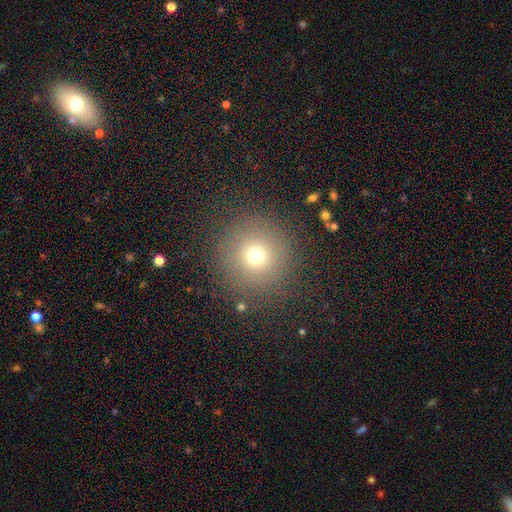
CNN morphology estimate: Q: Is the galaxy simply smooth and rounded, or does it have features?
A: smooth — 70%.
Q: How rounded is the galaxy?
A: round — 95%.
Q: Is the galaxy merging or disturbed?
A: none — 87%.